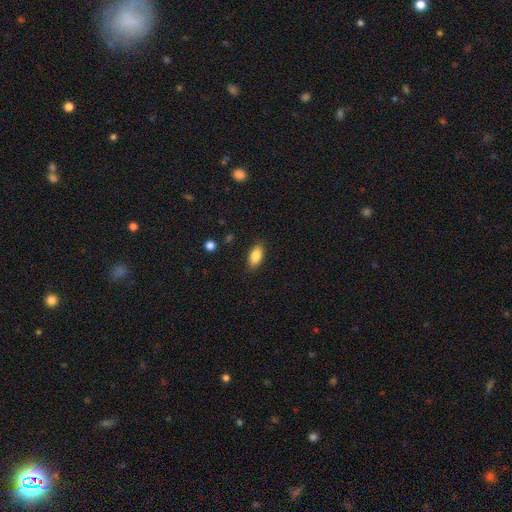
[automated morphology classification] smooth_or_featured: smooth (p=0.85) [alt: featured or disk p=0.08]
how_rounded: in between (p=0.89) [alt: cigar-shaped p=0.07]
merging: none (p=0.86) [alt: minor disturbance p=0.10]